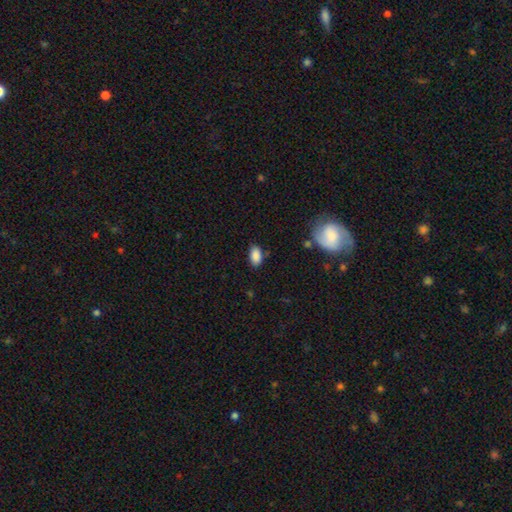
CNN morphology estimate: Smooth or featured? smooth (87%)
How rounded? in between (92%)
Merging? none (79%)